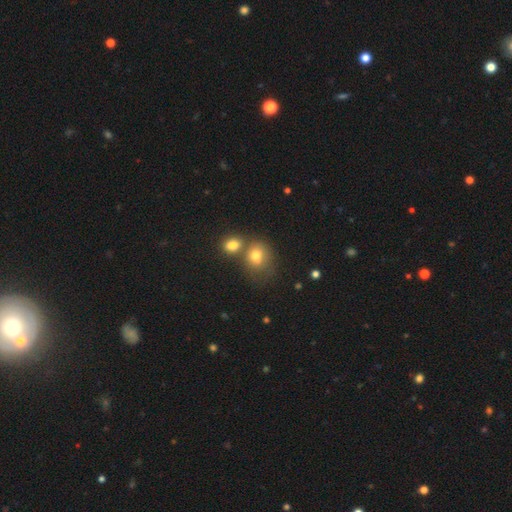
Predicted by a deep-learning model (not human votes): This is likely a smooth galaxy (75%). How rounded: possibly round (59%). Merging: marginally merger (44%).